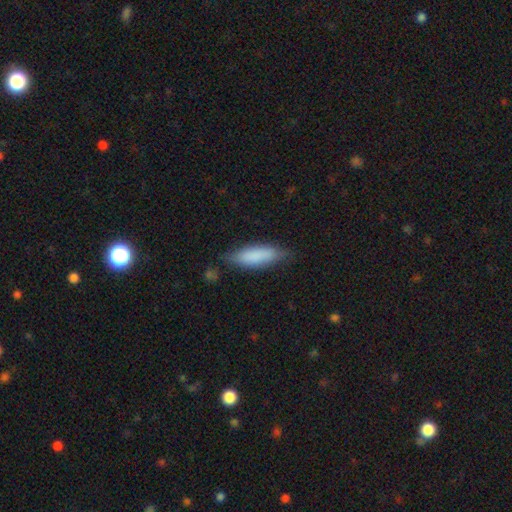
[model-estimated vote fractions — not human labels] This is clearly a smooth galaxy (82%). How rounded: possibly cigar-shaped (51%). Merging: likely none (74%).